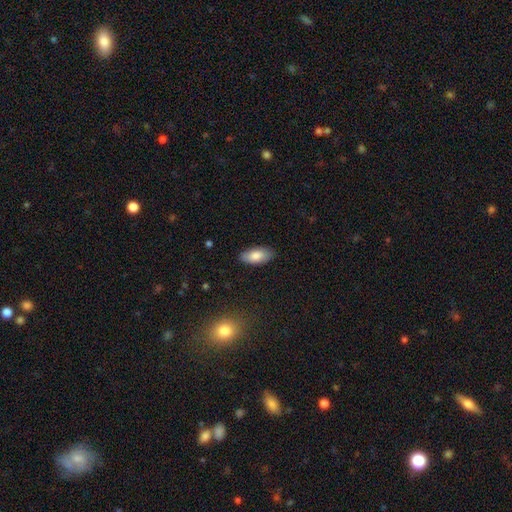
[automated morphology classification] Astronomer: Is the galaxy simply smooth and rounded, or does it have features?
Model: smooth — 82%.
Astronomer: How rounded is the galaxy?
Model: in between — 92%.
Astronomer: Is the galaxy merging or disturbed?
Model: none — 85%.